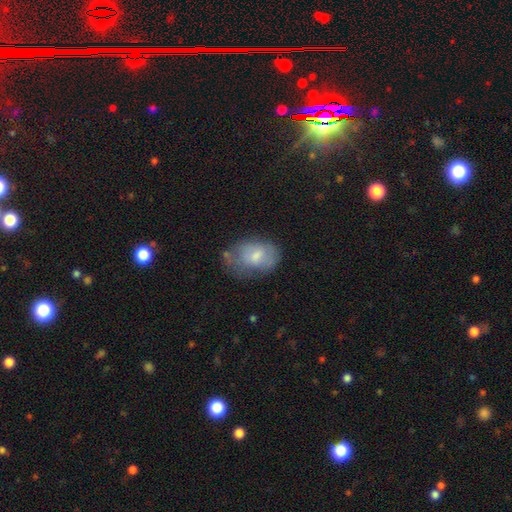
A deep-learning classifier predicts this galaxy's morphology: smooth 61%, featured or disk 31%, star or artifact 8%. Down the decision tree: how rounded — in between (84%); merging — none (44%).